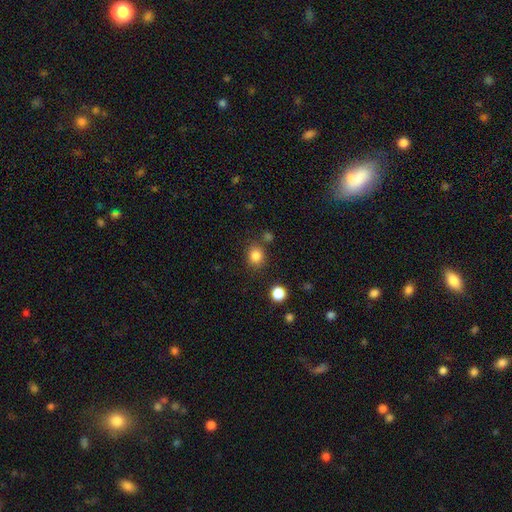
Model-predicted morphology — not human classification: smooth 83%, star or artifact 12%, featured or disk 5%. Down the decision tree: how rounded — round (73%); merging — none (80%).